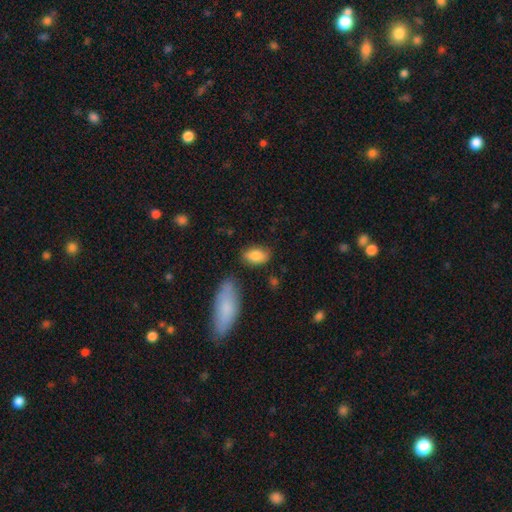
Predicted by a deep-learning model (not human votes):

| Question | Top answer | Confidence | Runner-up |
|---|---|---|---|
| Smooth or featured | smooth | 84% | featured or disk (9%) |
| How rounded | in between | 91% | round (5%) |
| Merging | none | 78% | minor disturbance (14%) |